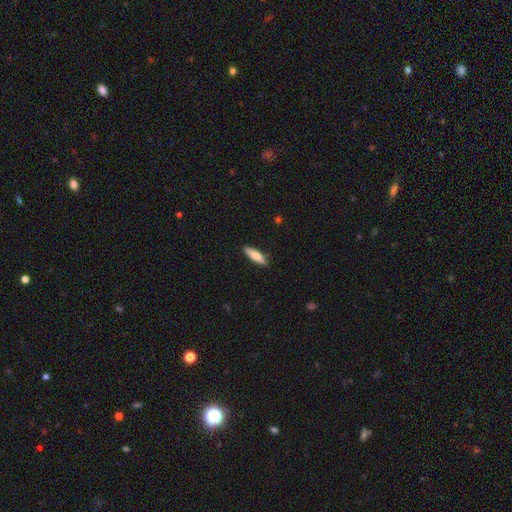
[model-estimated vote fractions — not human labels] This is likely a smooth galaxy (73%). How rounded: likely cigar-shaped (65%). Merging: clearly none (87%).